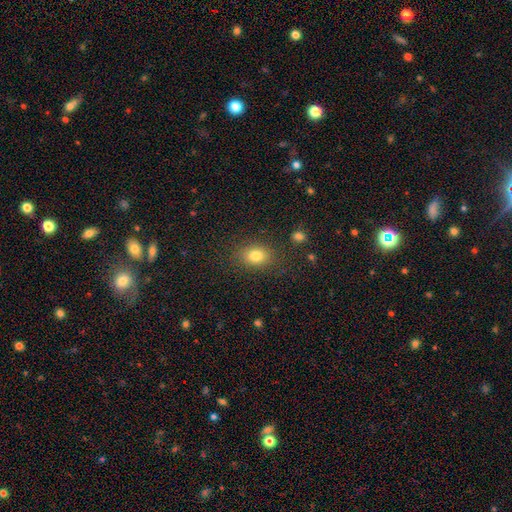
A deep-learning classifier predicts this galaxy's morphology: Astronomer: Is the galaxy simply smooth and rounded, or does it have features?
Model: smooth — 81%.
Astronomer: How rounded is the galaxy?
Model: in between — 68%.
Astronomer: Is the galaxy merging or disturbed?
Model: none — 83%.